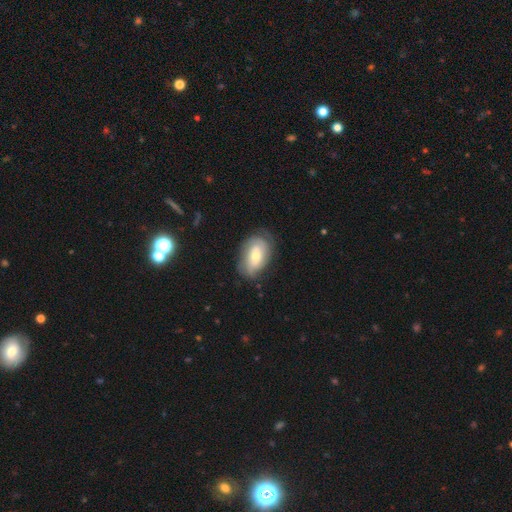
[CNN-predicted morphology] Smooth or featured? featured or disk (49%)
Merging? none (68%)